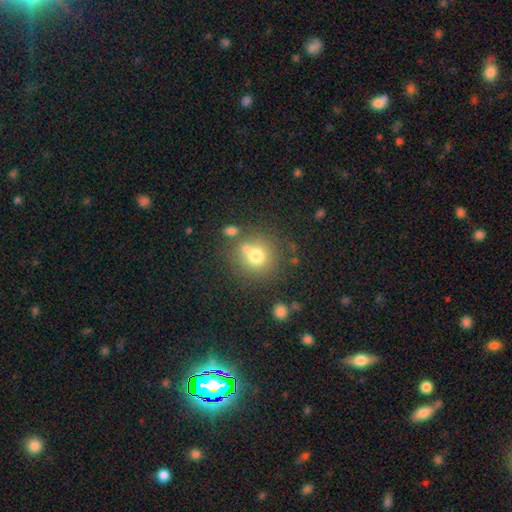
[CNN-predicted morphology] Smooth or featured? Predicted: smooth (p=0.73). How rounded? Predicted: round (p=0.88). Merging? Predicted: none (p=0.64).